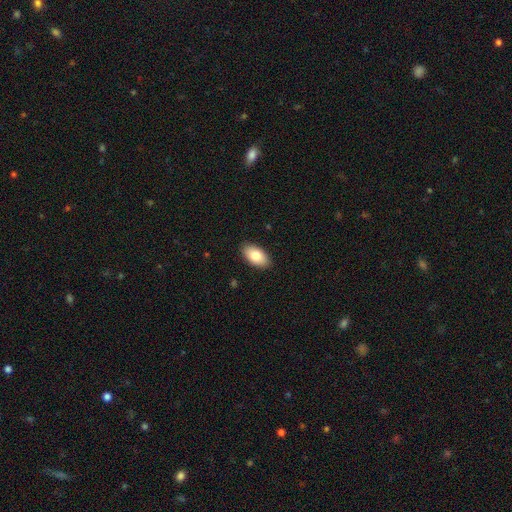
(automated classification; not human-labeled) The model was most divided on "smooth or featured": smooth: 82%, featured or disk: 12%, star or artifact: 7%. More confident: how rounded — in between (95%); merging — none (89%).